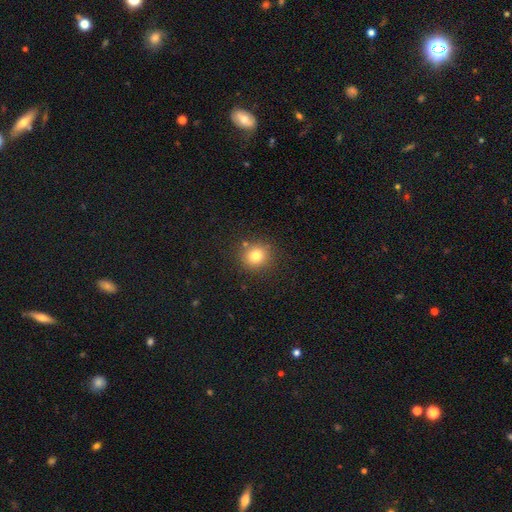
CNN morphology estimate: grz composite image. It shows a smooth galaxy with no disk features (78%) that is round (87%). Merging: none (84%).